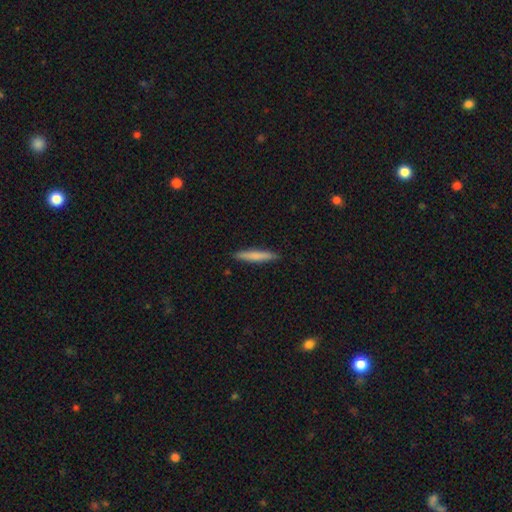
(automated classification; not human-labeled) Smooth or featured?
  - smooth: 75% *
  - featured or disk: 20%
  - star or artifact: 5%
How rounded?
  - cigar-shaped: 93% *
  - in between: 5%
  - round: 1%
Merging?
  - none: 91% *
  - minor disturbance: 7%
  - major disturbance: 1%
  - merger: 1%